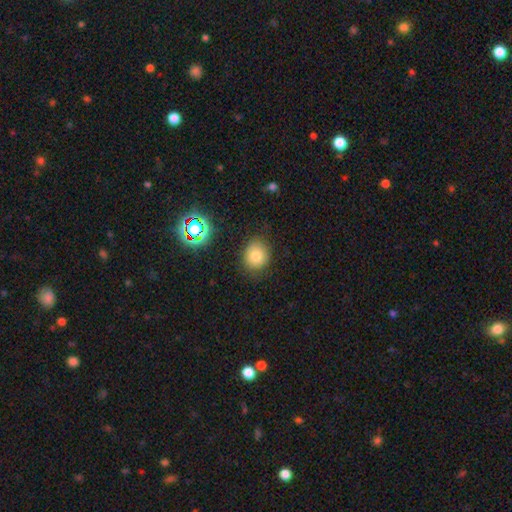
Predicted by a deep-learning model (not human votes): Overall: smooth (77%). How rounded: round (70%). Merging: none (81%).